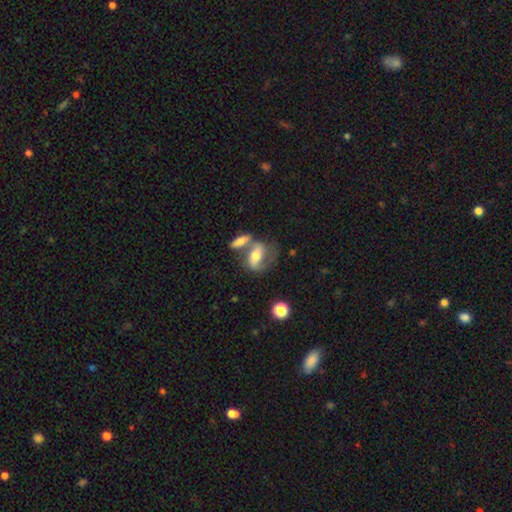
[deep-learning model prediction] This is possibly a featured or disk galaxy (55%). It is clearly not viewed edge-on (87%). Merging: marginally merger (40%).